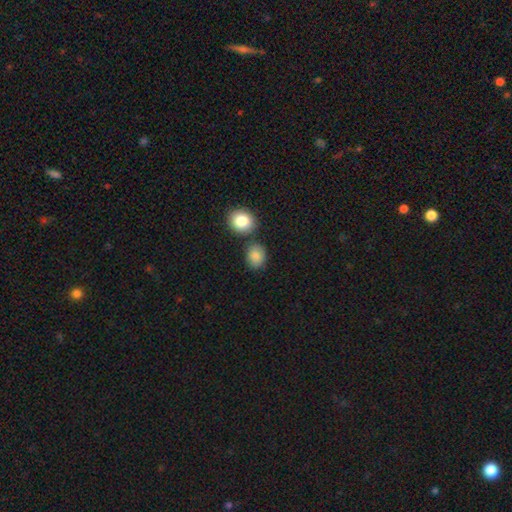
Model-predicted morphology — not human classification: Smooth or featured? smooth (86%)
How rounded? round (56%)
Merging? none (70%)